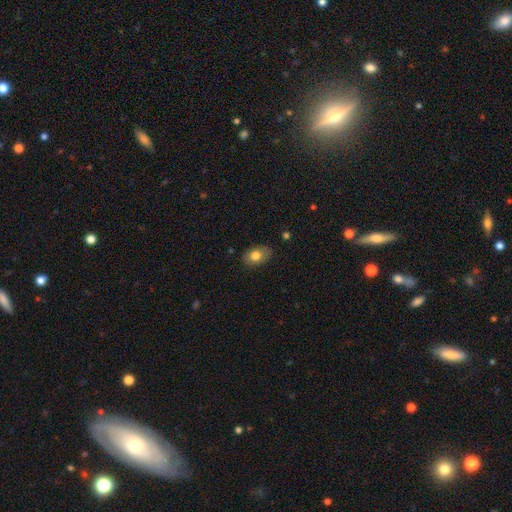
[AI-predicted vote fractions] Smooth or featured? Predicted: smooth (p=0.76). How rounded? Predicted: in between (p=0.85). Merging? Predicted: none (p=0.82).